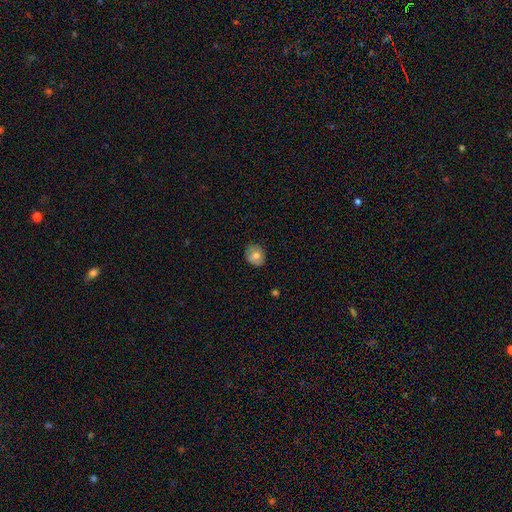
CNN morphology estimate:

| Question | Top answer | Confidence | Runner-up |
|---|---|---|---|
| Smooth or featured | smooth | 69% | featured or disk (23%) |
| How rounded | round | 67% | in between (32%) |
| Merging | none | 81% | minor disturbance (15%) |